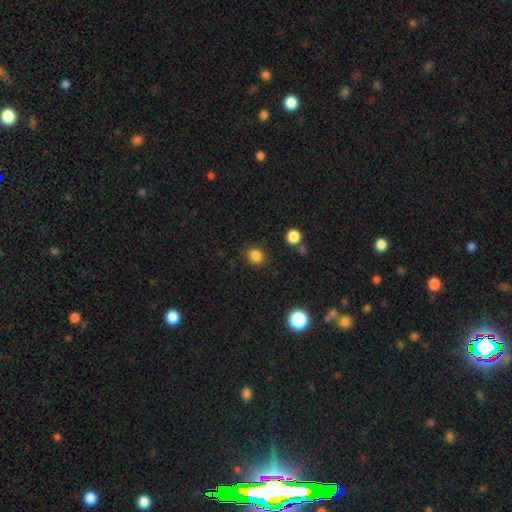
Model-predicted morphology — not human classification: smooth 84%, star or artifact 13%, featured or disk 3%. Down the decision tree: how rounded — round (77%); merging — none (88%).